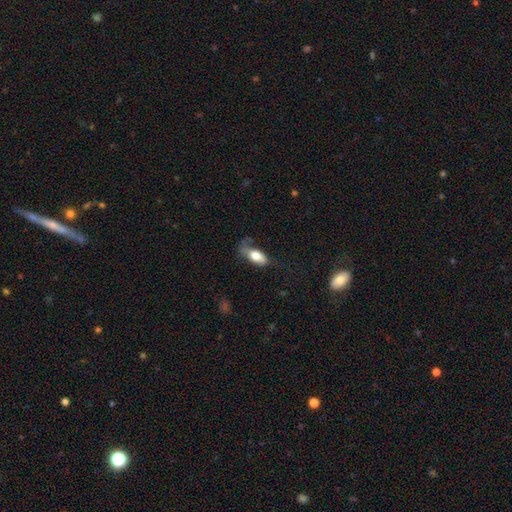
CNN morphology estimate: Q: Smooth or featured?
A: smooth (69%); runner-up: featured or disk (24%)
Q: How rounded?
A: in between (85%); runner-up: cigar-shaped (11%)
Q: Merging?
A: major disturbance (36%); runner-up: none (31%)